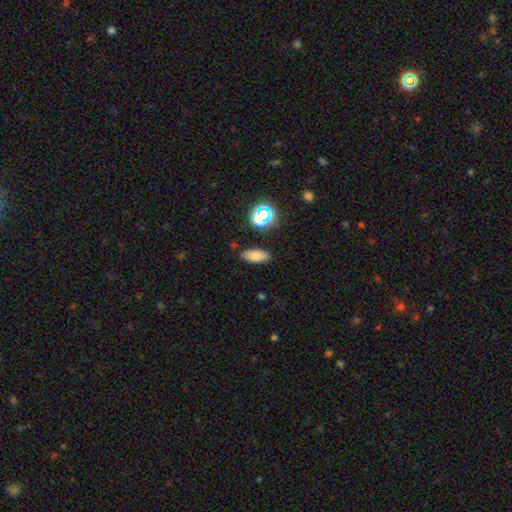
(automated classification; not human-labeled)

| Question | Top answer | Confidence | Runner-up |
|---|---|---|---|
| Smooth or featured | smooth | 77% | star or artifact (14%) |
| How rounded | in between | 80% | cigar-shaped (15%) |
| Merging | none | 85% | minor disturbance (10%) |